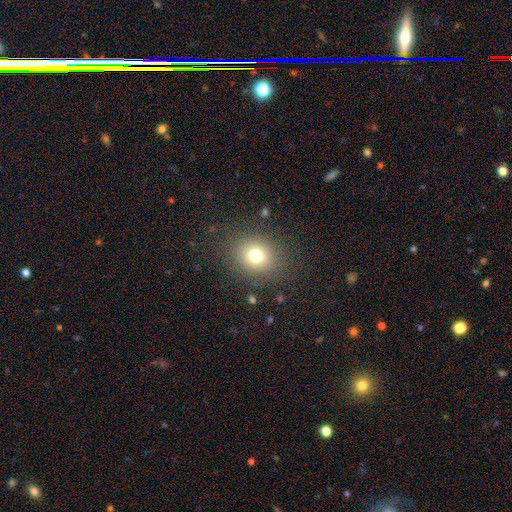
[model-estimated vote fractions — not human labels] smooth 75%, star or artifact 14%, featured or disk 11%. Down the decision tree: how rounded — round (71%); merging — none (84%).